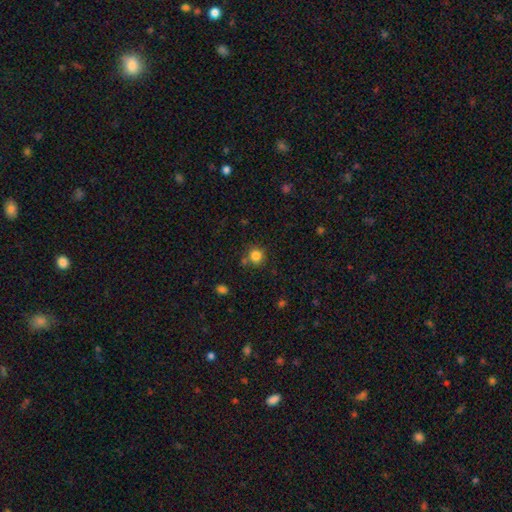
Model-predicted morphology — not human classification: Overall: smooth (83%). How rounded: round (91%). Merging: none (78%).